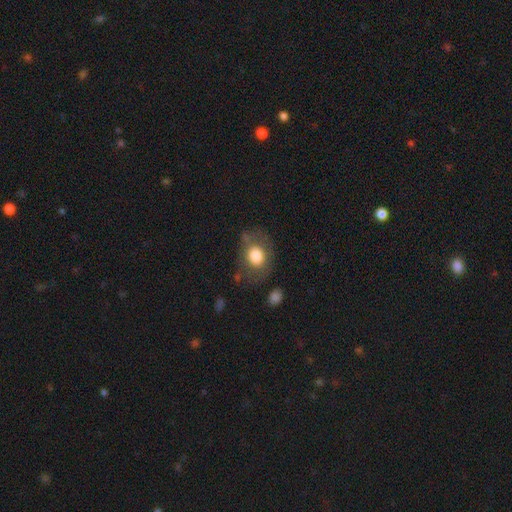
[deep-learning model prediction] Smooth or featured?
  - smooth: 73% *
  - featured or disk: 20%
  - star or artifact: 8%
How rounded?
  - round: 51% *
  - in between: 48%
  - cigar-shaped: 1%
Merging?
  - none: 65% *
  - minor disturbance: 19%
  - major disturbance: 12%
  - merger: 3%